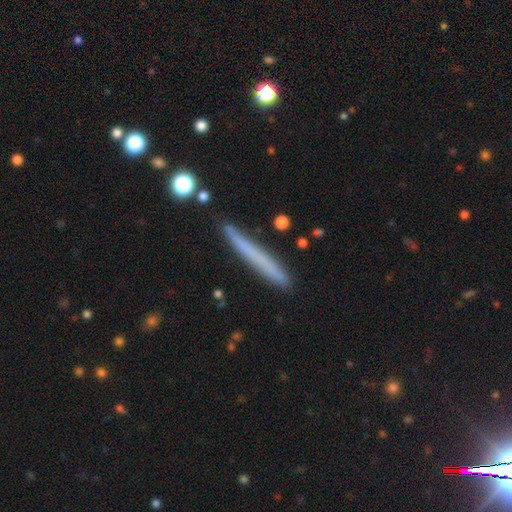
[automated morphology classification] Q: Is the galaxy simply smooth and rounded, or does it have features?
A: smooth — 61%.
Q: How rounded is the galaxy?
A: cigar-shaped — 97%.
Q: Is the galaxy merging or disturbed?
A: none — 87%.